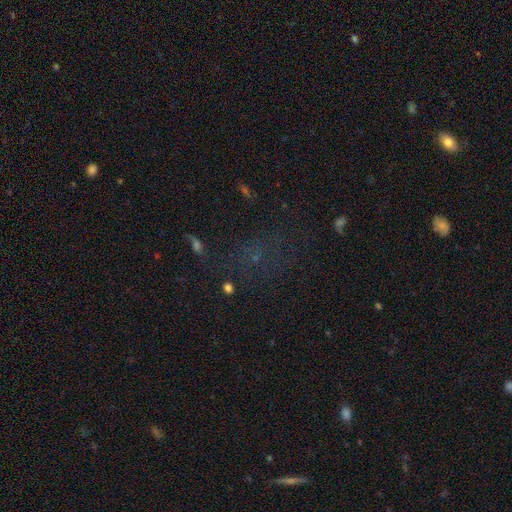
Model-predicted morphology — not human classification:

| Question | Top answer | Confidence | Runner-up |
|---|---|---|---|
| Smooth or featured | star or artifact | 52% | smooth (33%) |